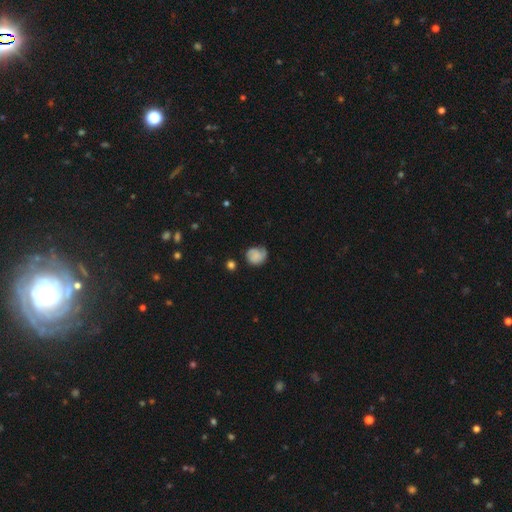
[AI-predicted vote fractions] smooth_or_featured: smooth (p=0.58) [alt: featured or disk p=0.33]
how_rounded: round (p=0.72) [alt: in between p=0.27]
merging: none (p=0.53) [alt: minor disturbance p=0.31]